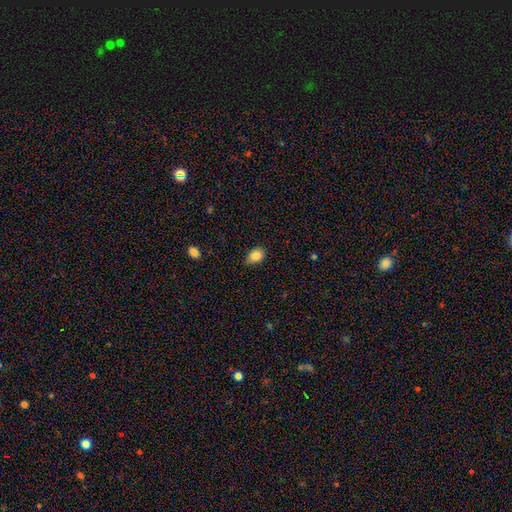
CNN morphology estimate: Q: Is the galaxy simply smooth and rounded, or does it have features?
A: smooth — 86%.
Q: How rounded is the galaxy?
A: in between — 72%.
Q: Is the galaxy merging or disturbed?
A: none — 72%.